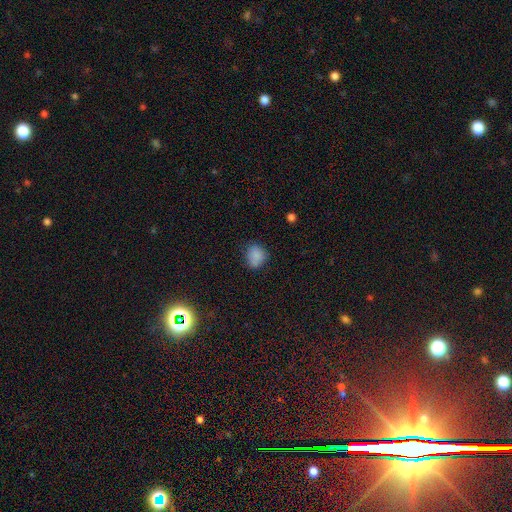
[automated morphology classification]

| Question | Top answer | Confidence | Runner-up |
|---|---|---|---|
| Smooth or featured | smooth | 84% | star or artifact (11%) |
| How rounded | round | 61% | in between (38%) |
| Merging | none | 67% | minor disturbance (24%) |